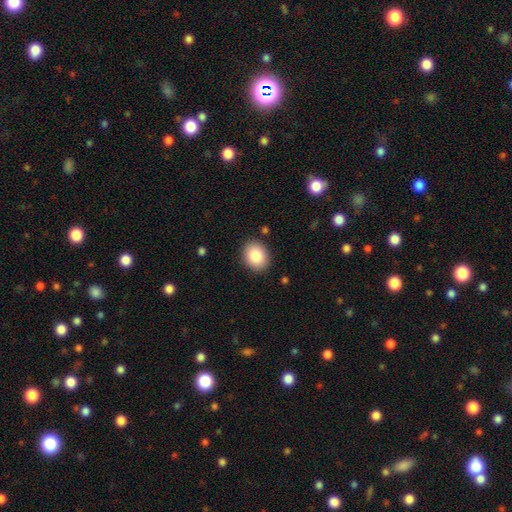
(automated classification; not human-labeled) smooth_or_featured: smooth (p=0.85) [alt: star or artifact p=0.08]
how_rounded: in between (p=0.51) [alt: round p=0.48]
merging: none (p=0.88) [alt: minor disturbance p=0.08]